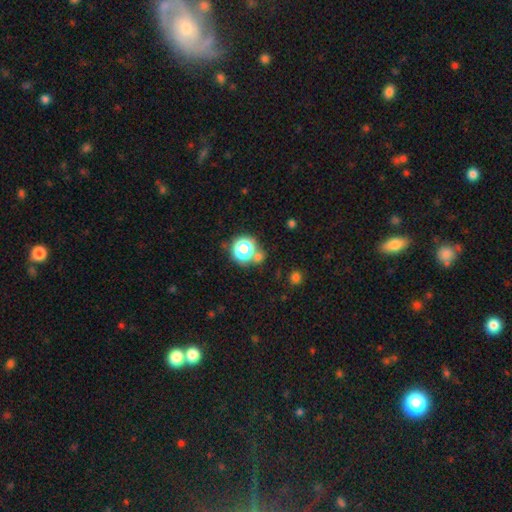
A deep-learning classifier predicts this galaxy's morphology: Smooth or featured?
  - star or artifact: 61% *
  - smooth: 32%
  - featured or disk: 7%